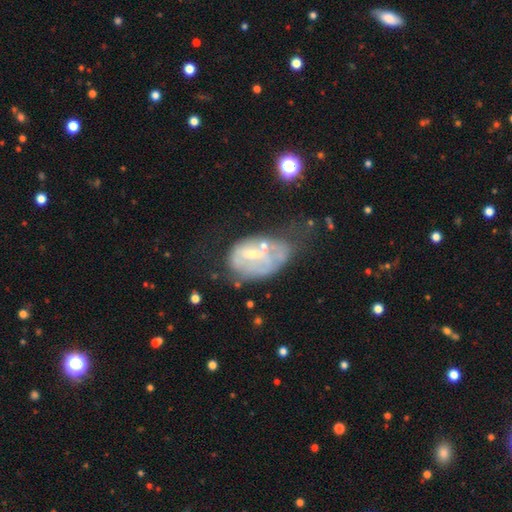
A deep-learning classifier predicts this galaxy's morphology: Overall: featured or disk (61%; smooth 29%). Edge-on disk: no (95%). Bar: no (48%; weak 38%). Spiral arms: no (66%; yes 34%). Bulge size: small (53%; moderate 33%). Merging: major disturbance (34%; minor disturbance 27%).